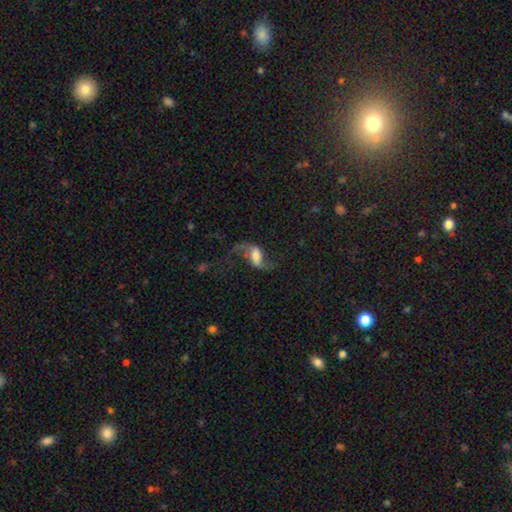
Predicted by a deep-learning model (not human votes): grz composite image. It shows a featured or disk galaxy (80%) with a weak bar (43%), 2 (92%) loose (90%) spiral arms (94%) and a moderate central bulge (45%). Merging: none (61%).